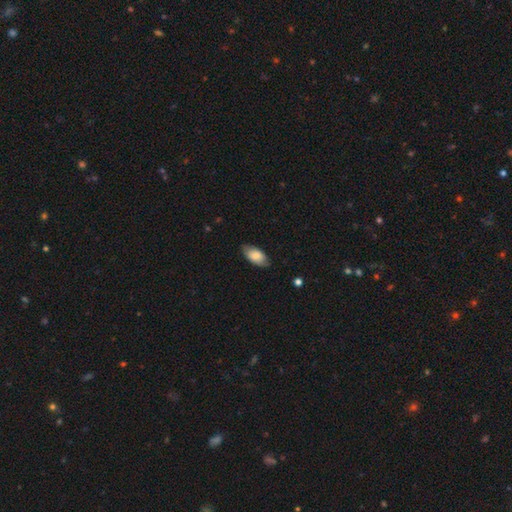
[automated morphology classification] Smooth or featured: smooth — 78% (featured or disk — 16%)
How rounded: in between — 93% (cigar-shaped — 4%)
Merging: none — 77% (minor disturbance — 19%)